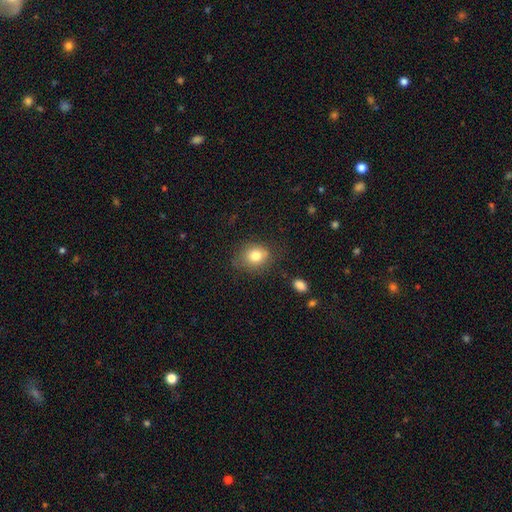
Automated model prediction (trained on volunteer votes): smooth 79%, star or artifact 10%, featured or disk 10%. Down the decision tree: how rounded — round (61%); merging — none (72%).